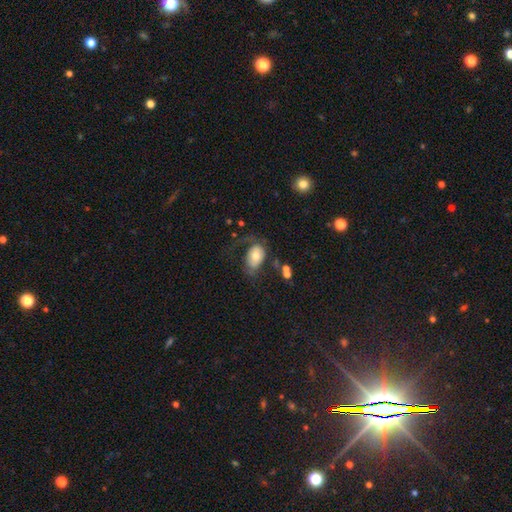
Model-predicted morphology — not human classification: smooth_or_featured: smooth (p=0.59) [alt: featured or disk p=0.33]
how_rounded: in between (p=0.83) [alt: round p=0.15]
merging: major disturbance (p=0.40) [alt: none p=0.34]